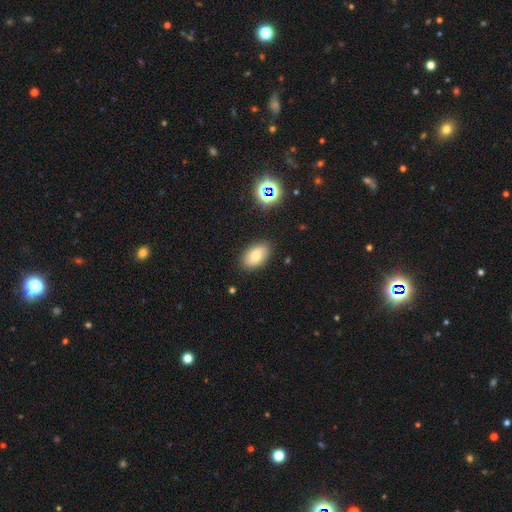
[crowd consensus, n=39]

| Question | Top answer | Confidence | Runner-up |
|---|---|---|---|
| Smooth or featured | smooth | 85% | featured or disk (8%) |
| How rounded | in between | 97% | round (3%) |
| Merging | none | 89% | minor disturbance (8%) |